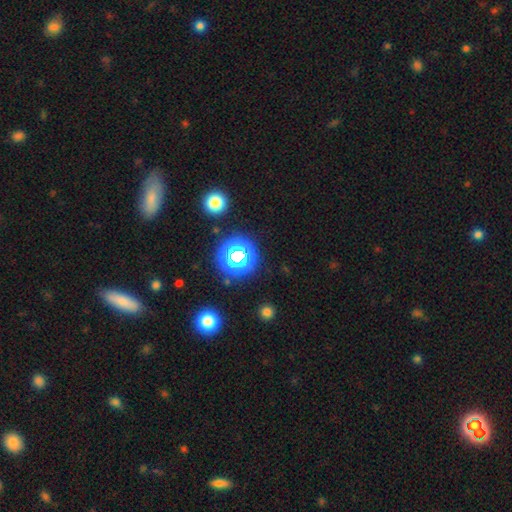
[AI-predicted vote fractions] Q: Smooth or featured?
A: star or artifact (55%); runner-up: smooth (37%)